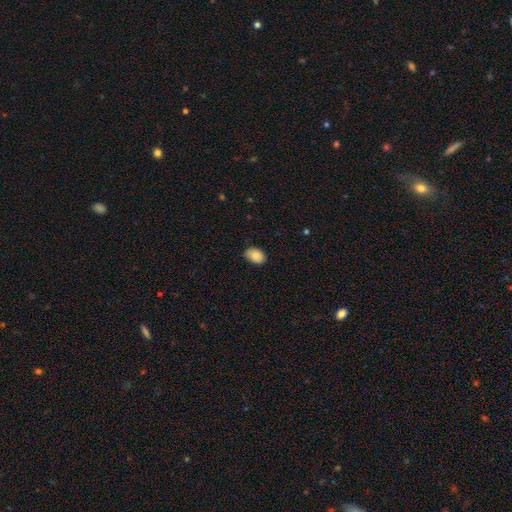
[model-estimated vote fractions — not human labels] smooth 88%, star or artifact 7%, featured or disk 5%. Down the decision tree: how rounded — in between (84%); merging — none (77%).